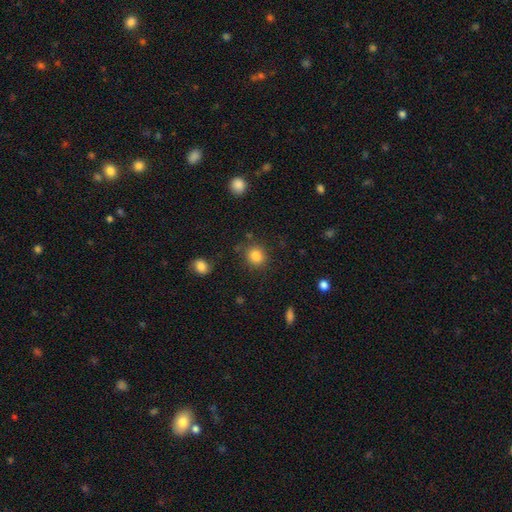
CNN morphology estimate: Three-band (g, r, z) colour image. It shows a smooth galaxy with no disk features (85%) that is round (87%). Merging: none (85%).